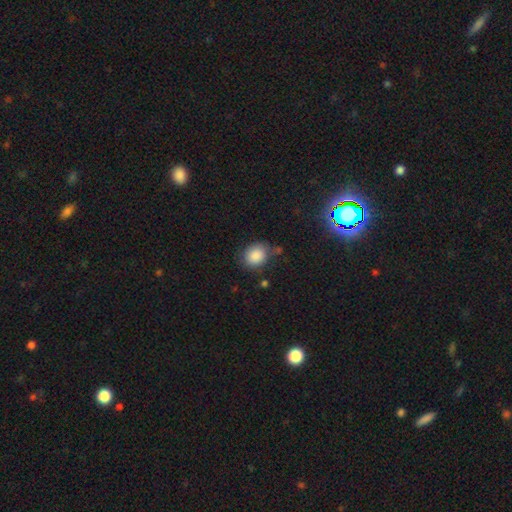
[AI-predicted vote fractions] A smooth galaxy with no disk features (87%) that is round (57%).

Vote fractions:
- Smooth or featured? smooth: 87% / star or artifact: 8% / featured or disk: 5%
- How rounded? round: 57% / in between: 42% / cigar-shaped: 1%
- Merging? none: 65% / minor disturbance: 22% / major disturbance: 7% / merger: 6%